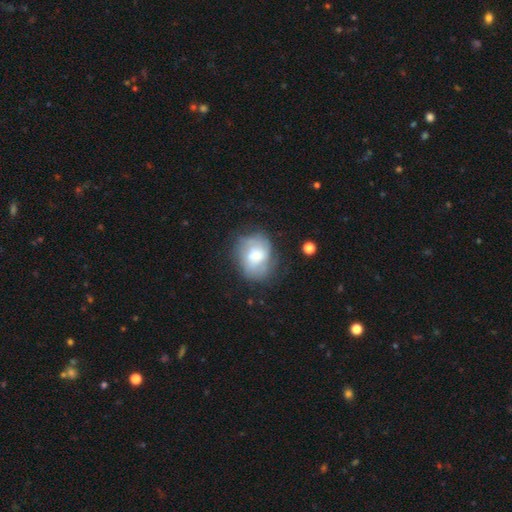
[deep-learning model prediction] Morphology: type=smooth (48%); merging=none (52%).